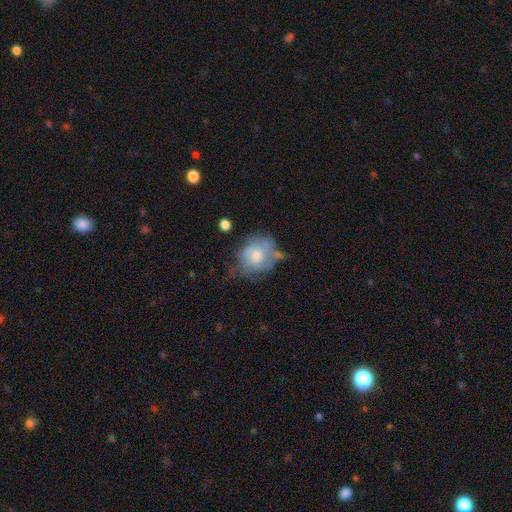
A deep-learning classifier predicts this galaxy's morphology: A smooth galaxy with no disk features (47%). Merging: none (43%).